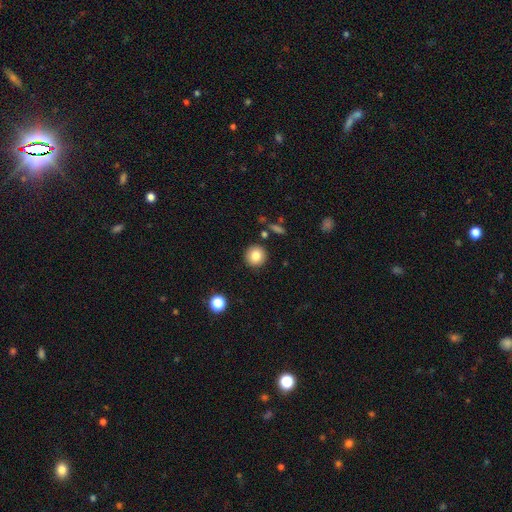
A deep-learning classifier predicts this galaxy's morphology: Smooth or featured? Predicted: smooth (p=0.83). How rounded? Predicted: round (p=0.93). Merging? Predicted: none (p=0.90).